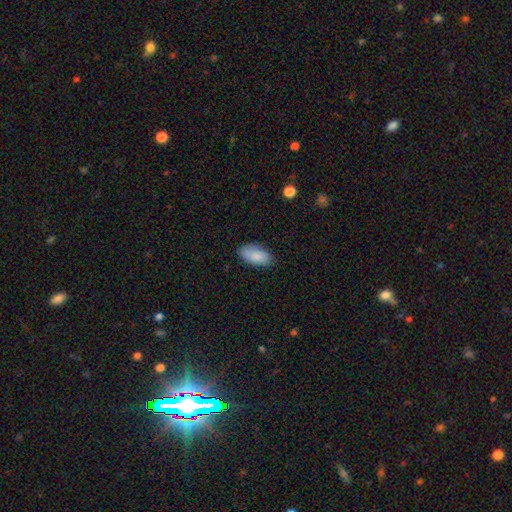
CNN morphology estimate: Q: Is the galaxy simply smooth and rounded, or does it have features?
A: smooth — 84%.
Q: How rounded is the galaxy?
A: in between — 93%.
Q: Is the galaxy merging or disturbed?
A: none — 80%.